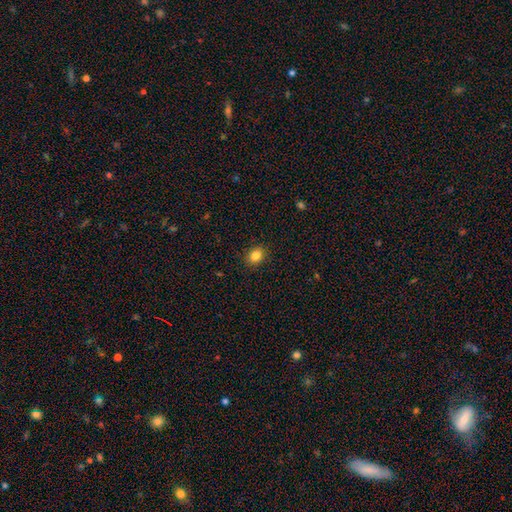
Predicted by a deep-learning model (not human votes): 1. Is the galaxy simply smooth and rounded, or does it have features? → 84% smooth, 10% star or artifact, 6% featured or disk.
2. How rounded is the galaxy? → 55% in between, 44% round, 1% cigar-shaped.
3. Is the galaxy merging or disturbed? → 90% none, 7% minor disturbance, 2% major disturbance, 1% merger.